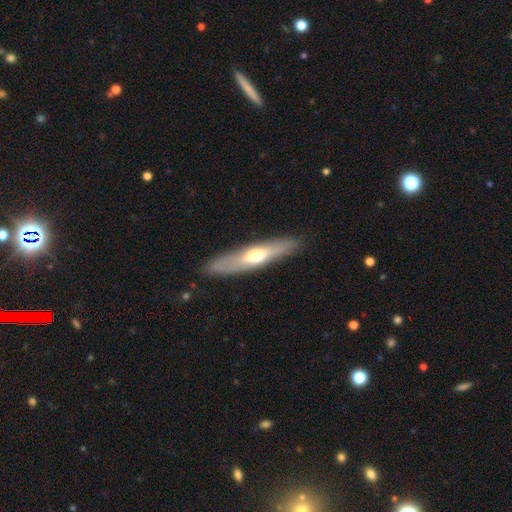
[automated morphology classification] This appears to be a featured or disk galaxy (48%). Merging: none (86%).